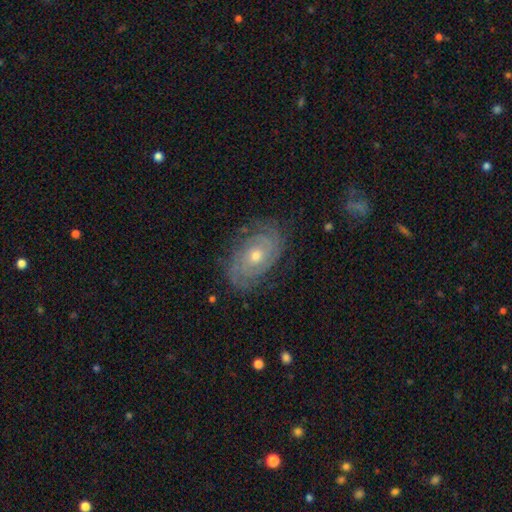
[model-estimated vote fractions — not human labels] This is clearly a featured or disk galaxy (85%). It is clearly not viewed edge-on (96%). Bar: likely no (77%). Spiral arm pattern: clearly yes (94%). Spiral arm count: marginally 2 (43%). Spiral winding: likely tight (74%). Central bulge: possibly moderate (57%). Merging: likely none (78%).